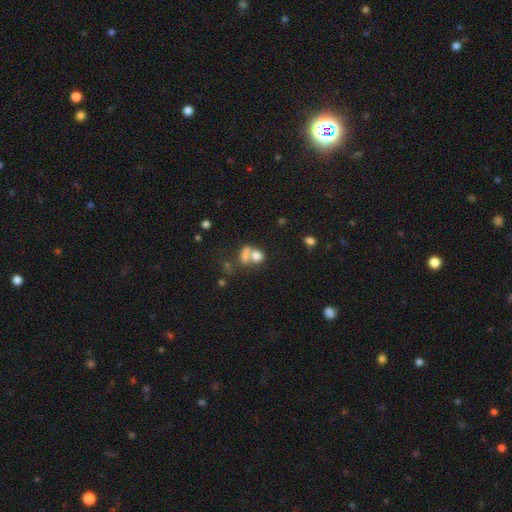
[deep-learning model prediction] Smooth or featured: smooth — 73% (featured or disk — 15%)
How rounded: round — 52% (in between — 45%)
Merging: merger — 54% (none — 28%)